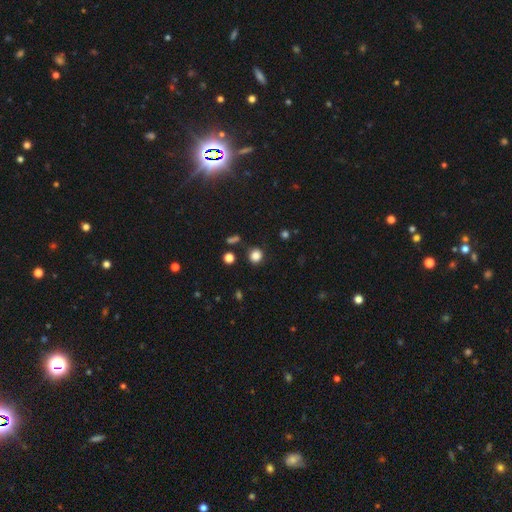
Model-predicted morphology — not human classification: Overall: smooth (83%). How rounded: round (86%). Merging: none (84%).